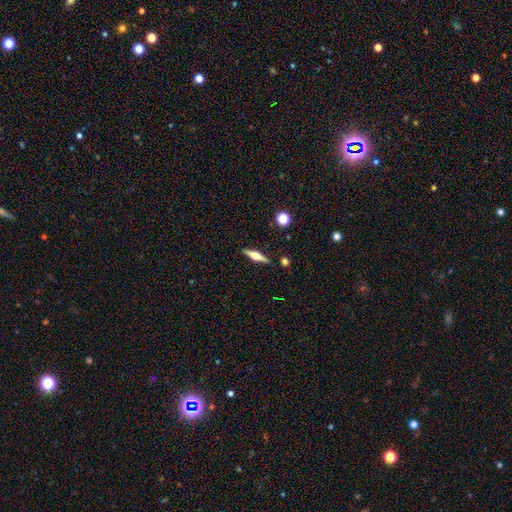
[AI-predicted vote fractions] A featured or disk galaxy (62%) viewed edge-on (96%) with a rounded central bulge (92%).

Vote fractions:
- Smooth or featured? featured or disk: 62% / smooth: 31% / star or artifact: 7%
- Edge-on disk? yes: 96% / no: 4%
- Edge-on bulge? rounded: 92% / boxy: 6% / none: 2%
- Merging? none: 88% / minor disturbance: 8% / merger: 2% / major disturbance: 2%